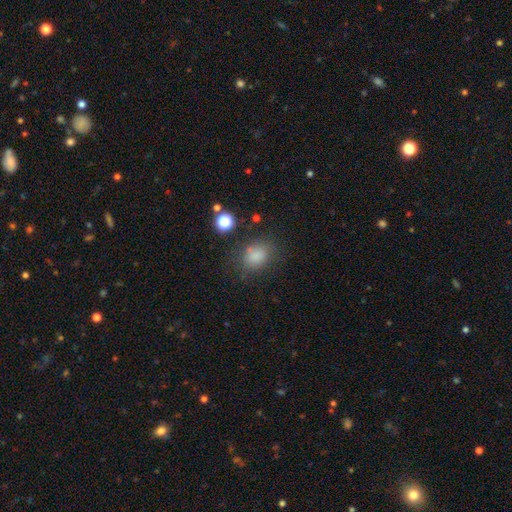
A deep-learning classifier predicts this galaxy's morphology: Smooth or featured? Predicted: smooth (p=0.80). How rounded? Predicted: in between (p=0.59). Merging? Predicted: none (p=0.70).